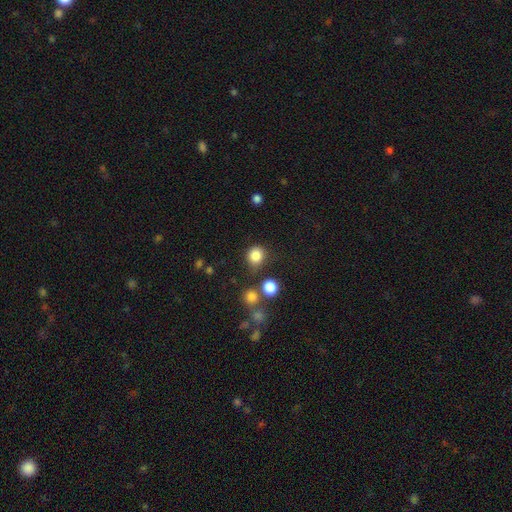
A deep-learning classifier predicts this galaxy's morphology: Smooth or featured? Predicted: smooth (p=0.83). How rounded? Predicted: round (p=0.83). Merging? Predicted: none (p=0.74).